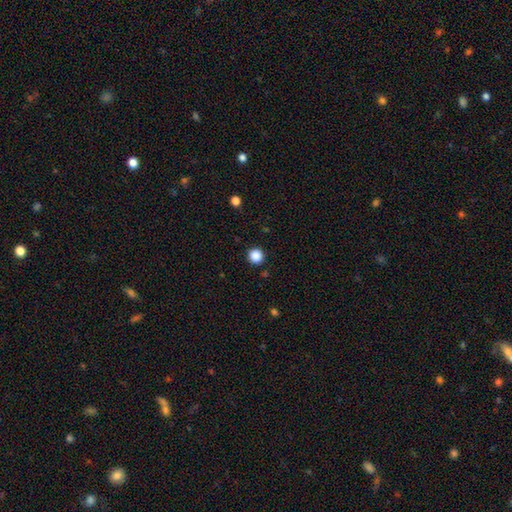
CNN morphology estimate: smooth_or_featured: smooth (p=0.87) [alt: star or artifact p=0.10]
how_rounded: round (p=0.95) [alt: in between p=0.04]
merging: none (p=0.92) [alt: minor disturbance p=0.05]